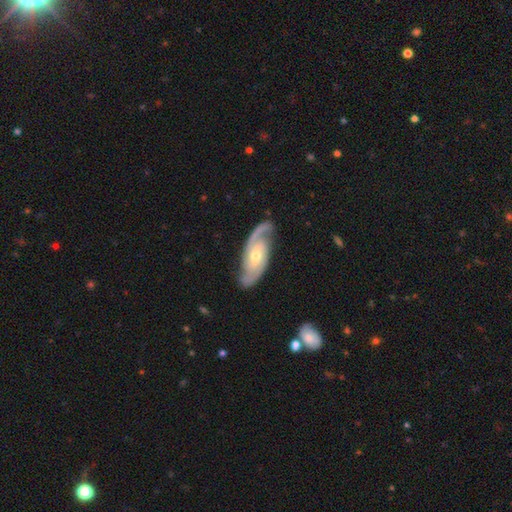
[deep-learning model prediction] This is clearly a featured or disk galaxy (89%). It is clearly not viewed edge-on (94%). Bar: possibly no (54%). Spiral arm pattern: clearly yes (97%). Spiral arm count: clearly 2 (88%). Spiral winding: possibly medium (50%). Central bulge: possibly moderate (53%). Merging: clearly none (81%).